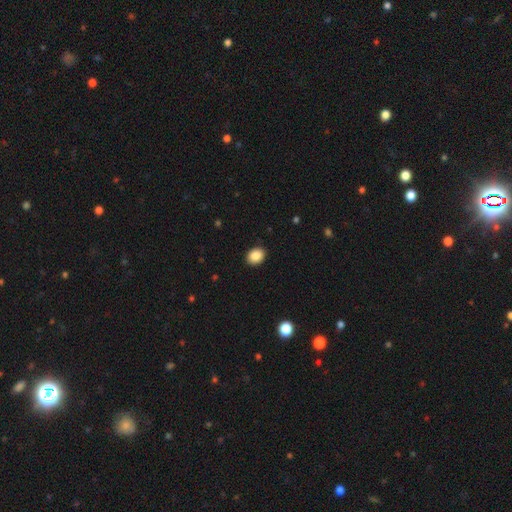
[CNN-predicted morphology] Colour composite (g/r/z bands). It shows a smooth galaxy with no disk features (88%) that is in between round and cigar-shaped (58%). Merging: none (90%).